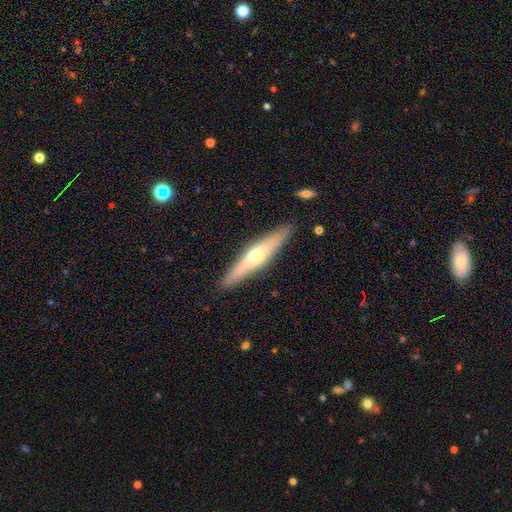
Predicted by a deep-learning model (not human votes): The model was most divided on "smooth or featured": featured or disk: 54%, smooth: 41%, star or artifact: 5%. More confident: edge-on disk — yes (91%); merging — none (89%).